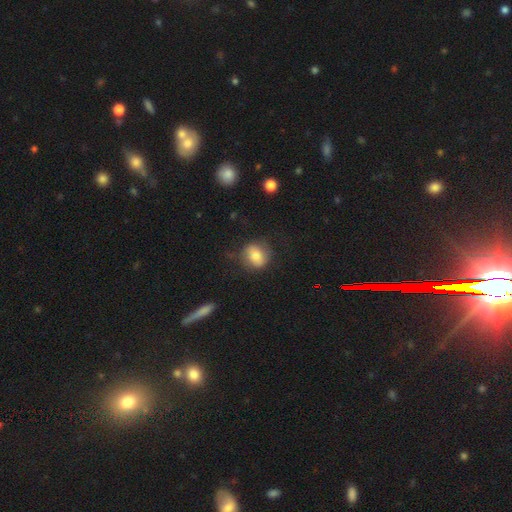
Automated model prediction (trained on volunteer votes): Smooth or featured?
  - smooth: 73% *
  - featured or disk: 18%
  - star or artifact: 9%
How rounded?
  - round: 64% *
  - in between: 35%
  - cigar-shaped: 1%
Merging?
  - none: 71% *
  - minor disturbance: 19%
  - major disturbance: 8%
  - merger: 2%